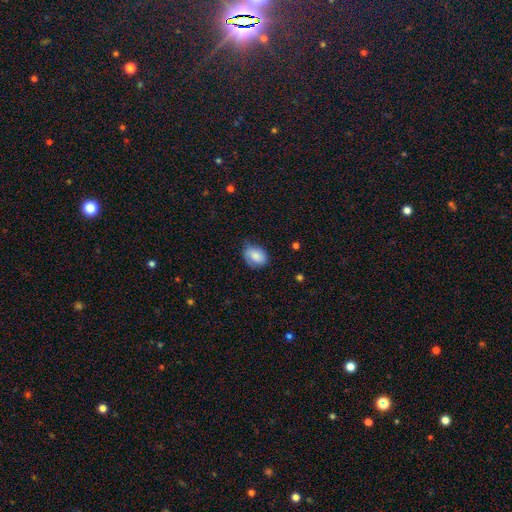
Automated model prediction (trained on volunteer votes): This appears to be a smooth galaxy with no disk features (81%) that is in between round and cigar-shaped (75%). Merging: none (63%).